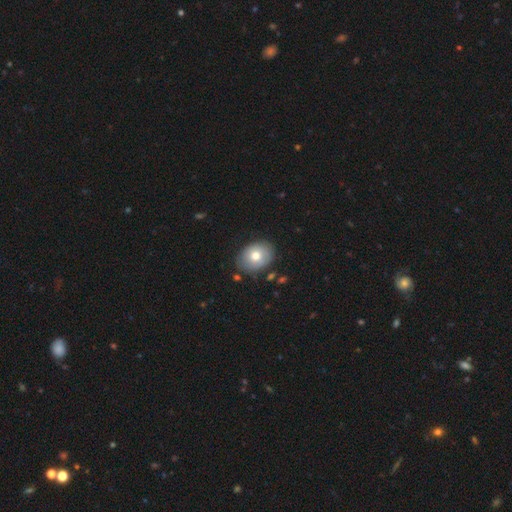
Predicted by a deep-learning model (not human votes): This appears to be a smooth galaxy with no disk features (72%) that is in between round and cigar-shaped (67%). Merging: none (81%).